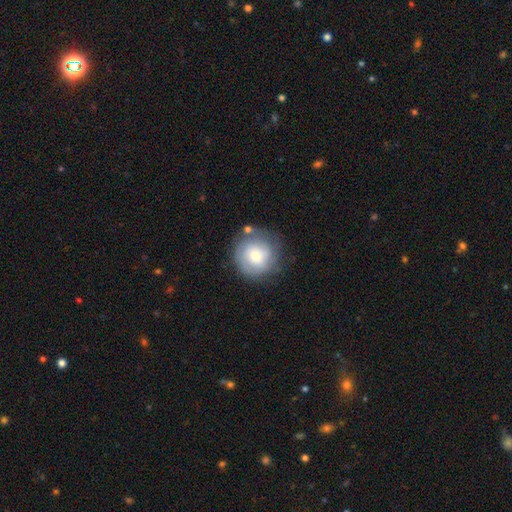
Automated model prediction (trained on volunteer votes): The model was most divided on "smooth or featured": smooth: 58%, featured or disk: 34%, star or artifact: 8%. More confident: how rounded — round (93%); merging — none (72%).